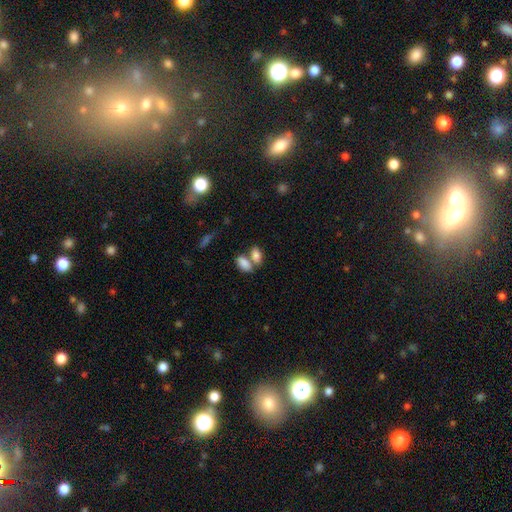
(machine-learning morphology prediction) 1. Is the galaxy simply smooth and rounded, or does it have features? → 84% smooth, 8% featured or disk, 8% star or artifact.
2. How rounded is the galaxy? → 90% in between, 7% round, 3% cigar-shaped.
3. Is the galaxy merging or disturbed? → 49% merger, 38% none, 9% minor disturbance, 4% major disturbance.